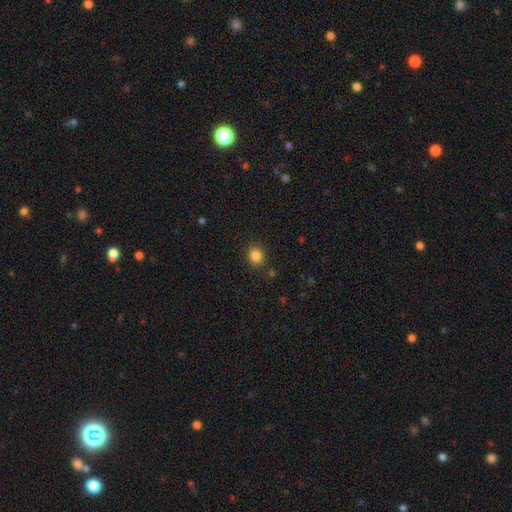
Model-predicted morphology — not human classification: type=smooth (84%); roundness=round (70%); merging=none (87%).